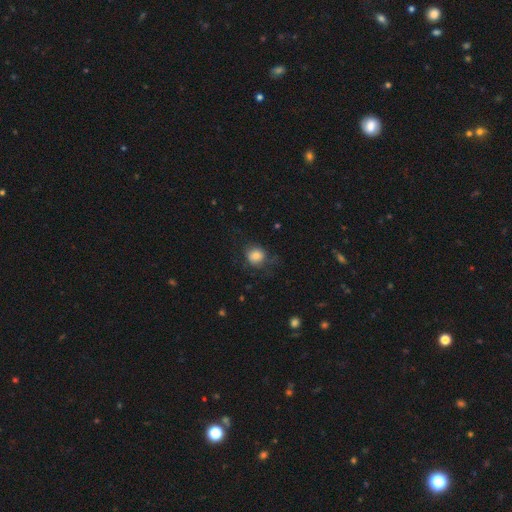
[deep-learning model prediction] Smooth or featured?
  - smooth: 77% *
  - featured or disk: 13%
  - star or artifact: 10%
How rounded?
  - round: 80% *
  - in between: 19%
  - cigar-shaped: 1%
Merging?
  - none: 58% *
  - minor disturbance: 22%
  - major disturbance: 18%
  - merger: 2%